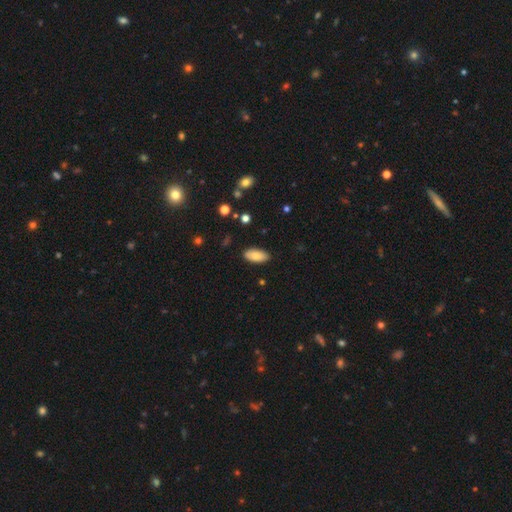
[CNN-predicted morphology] A smooth galaxy with no disk features (82%) that is in between round and cigar-shaped (91%).

Vote fractions:
- Smooth or featured? smooth: 82% / featured or disk: 11% / star or artifact: 7%
- How rounded? in between: 91% / cigar-shaped: 7% / round: 2%
- Merging? none: 88% / minor disturbance: 9% / major disturbance: 2% / merger: 1%